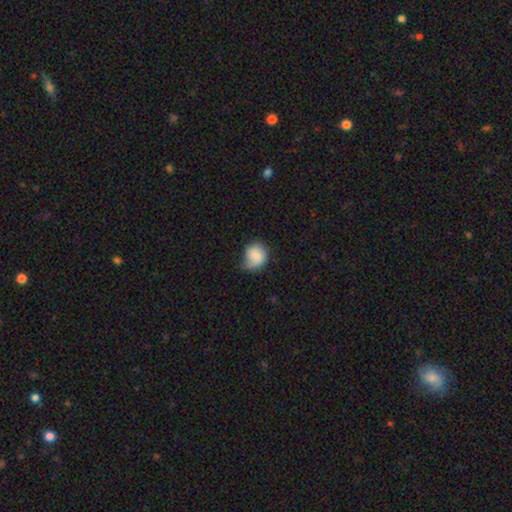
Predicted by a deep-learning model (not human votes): smooth 75%, featured or disk 17%, star or artifact 7%. Down the decision tree: how rounded — round (73%); merging — none (48%).